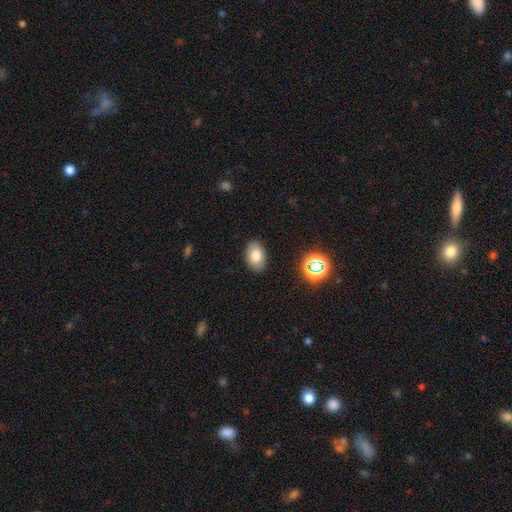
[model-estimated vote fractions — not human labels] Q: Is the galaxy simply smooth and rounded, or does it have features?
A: smooth — 78%.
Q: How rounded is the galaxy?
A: in between — 88%.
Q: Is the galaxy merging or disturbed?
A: none — 88%.